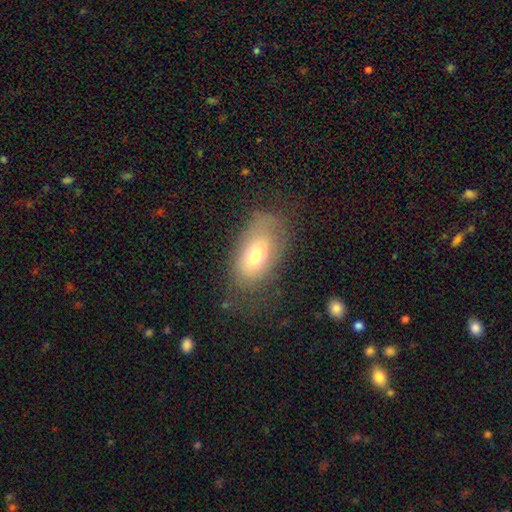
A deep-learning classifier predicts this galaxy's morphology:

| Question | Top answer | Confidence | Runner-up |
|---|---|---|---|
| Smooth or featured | smooth | 63% | featured or disk (28%) |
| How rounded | in between | 90% | round (7%) |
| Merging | none | 58% | minor disturbance (25%) |